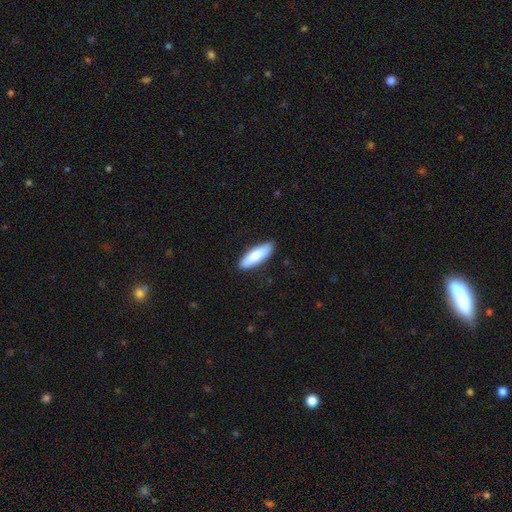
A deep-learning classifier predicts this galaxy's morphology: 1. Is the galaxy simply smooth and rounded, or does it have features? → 86% smooth, 9% featured or disk, 5% star or artifact.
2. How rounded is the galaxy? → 50% cigar-shaped, 49% in between, 1% round.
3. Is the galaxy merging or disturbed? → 89% none, 8% minor disturbance, 2% major disturbance, 1% merger.